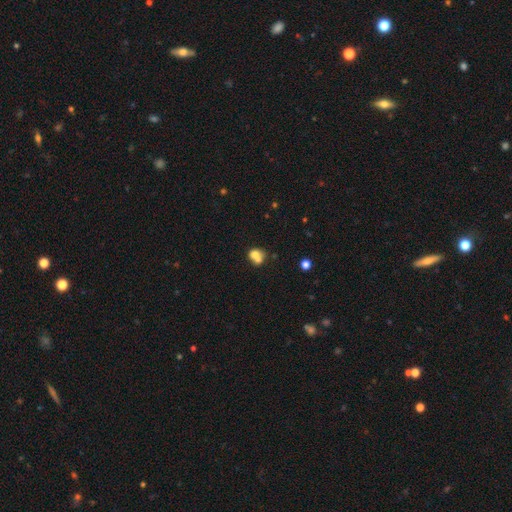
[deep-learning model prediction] Overall: smooth (70%). How rounded: round (61%; in between 38%). Merging: merger (59%; none 27%).